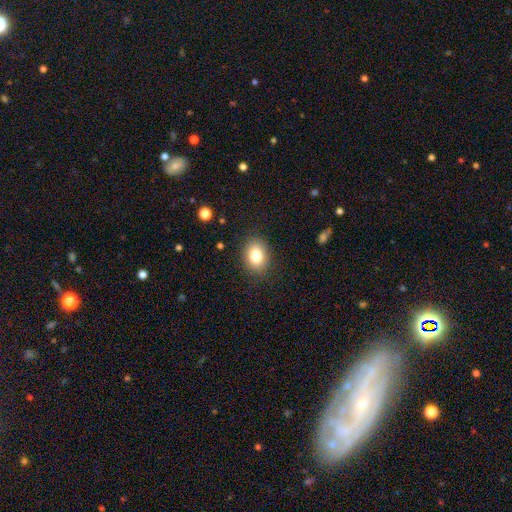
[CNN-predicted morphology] Smooth or featured? smooth (82%)
How rounded? in between (65%)
Merging? none (87%)